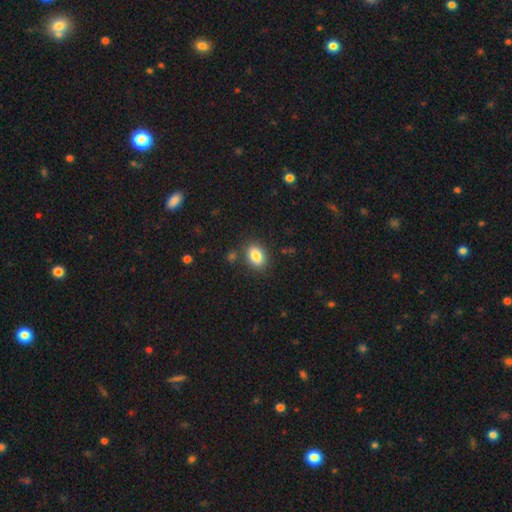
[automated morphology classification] smooth_or_featured: smooth (p=0.85) [alt: star or artifact p=0.08]
how_rounded: in between (p=0.80) [alt: round p=0.19]
merging: none (p=0.82) [alt: minor disturbance p=0.10]